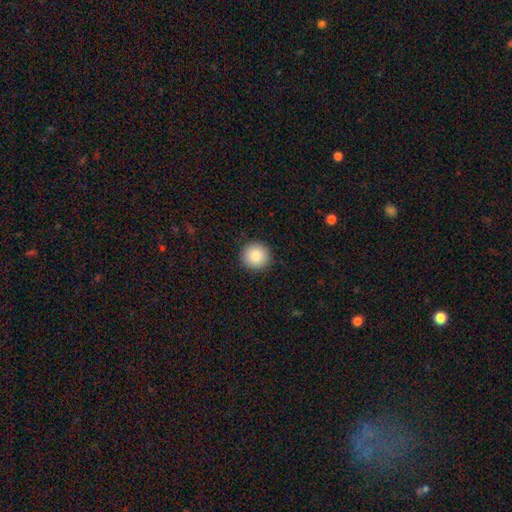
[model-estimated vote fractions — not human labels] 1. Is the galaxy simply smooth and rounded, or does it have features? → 86% smooth, 8% star or artifact, 6% featured or disk.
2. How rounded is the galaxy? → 94% round, 5% in between, 1% cigar-shaped.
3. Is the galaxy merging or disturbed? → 92% none, 6% minor disturbance, 2% major disturbance, 1% merger.